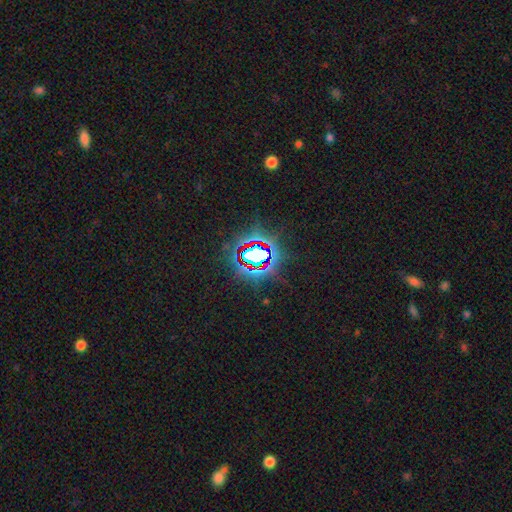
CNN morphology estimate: This is likely a star or artifact rather than a galaxy (78%).